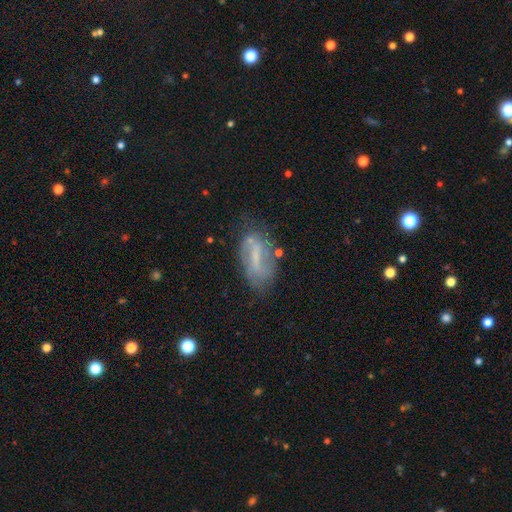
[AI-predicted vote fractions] featured or disk 63%, smooth 26%, star or artifact 11%. Down the decision tree: edge-on disk — no (88%); bar — strong (42%); spiral arms — yes (68%); bulge size — none (42%); merging — none (67%).